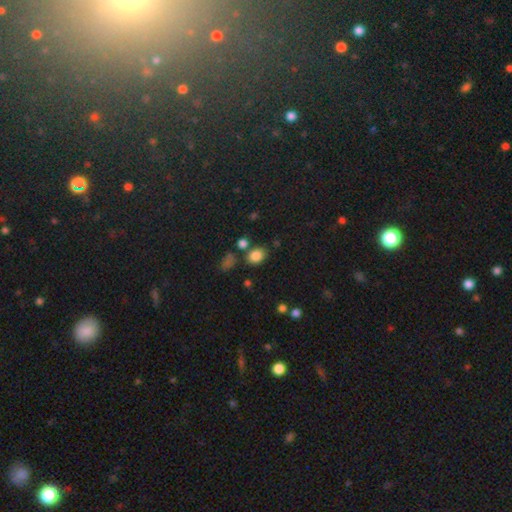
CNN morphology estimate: Overall: smooth (83%). How rounded: in between (59%; round 40%). Merging: none (73%).